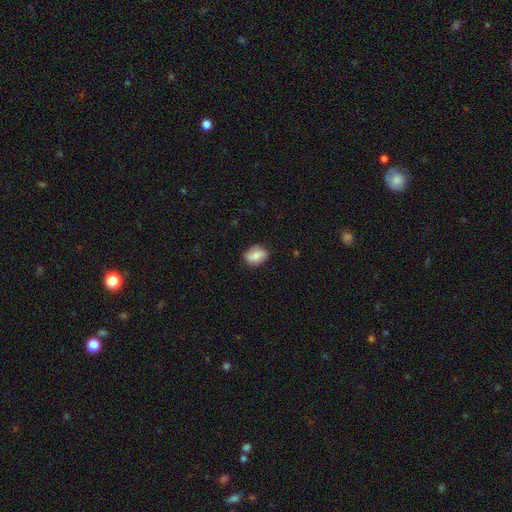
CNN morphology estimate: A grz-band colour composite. It shows a smooth galaxy with no disk features (75%) that is in between round and cigar-shaped (72%). Merging: none (82%).